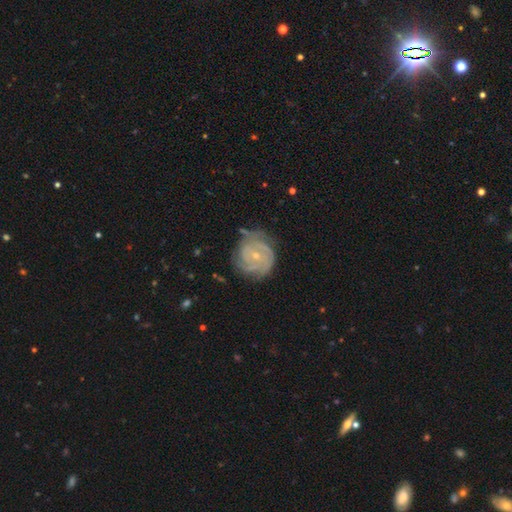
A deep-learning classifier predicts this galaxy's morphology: Overall: featured or disk (85%). Edge-on disk: no (98%). Bar: no (63%; weak 30%). Spiral arms: yes (95%). Spiral arm count: 3 (28%; 2 25%). Spiral winding: tight (71%). Bulge size: small (71%). Merging: none (67%).